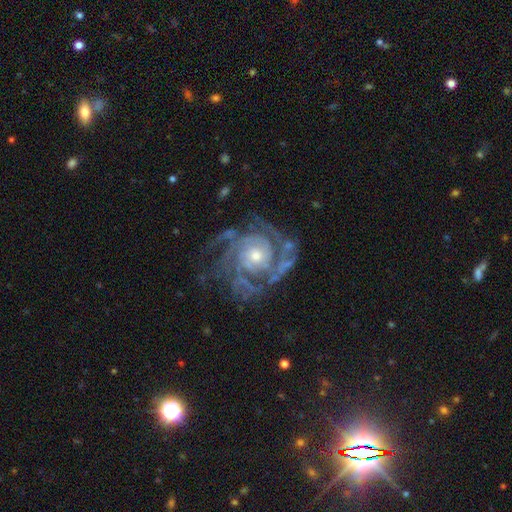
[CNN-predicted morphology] smooth_or_featured: featured or disk (p=0.91) [alt: star or artifact p=0.05]
disk_edge_on: no (p=0.98) [alt: yes p=0.02]
bar: no (p=0.78) [alt: weak p=0.17]
has_spiral_arms: yes (p=0.97) [alt: no p=0.03]
spiral_winding: tight (p=0.67) [alt: medium p=0.27]
spiral_arm_count: 3 (p=0.25) [alt: can't tell p=0.22]
bulge_size: small (p=0.50) [alt: moderate p=0.44]
merging: none (p=0.66) [alt: minor disturbance p=0.18]